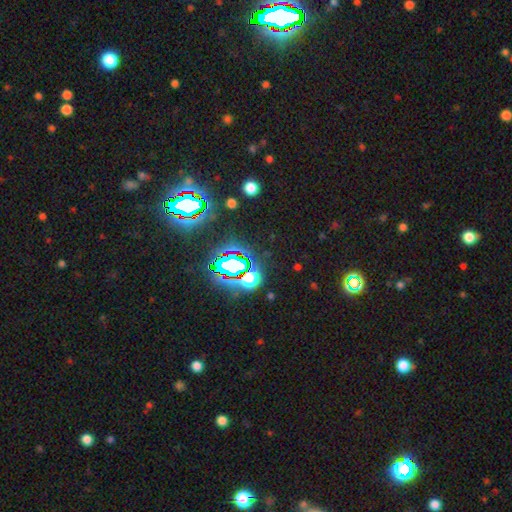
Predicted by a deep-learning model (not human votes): Q: Smooth or featured?
A: star or artifact (83%); runner-up: smooth (10%)